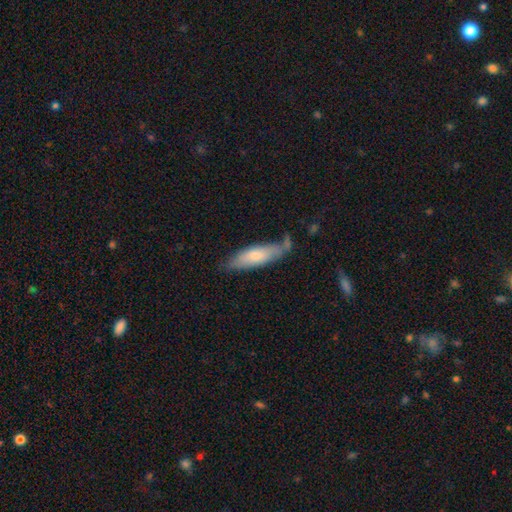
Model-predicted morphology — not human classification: smooth 70%, featured or disk 25%, star or artifact 5%. Down the decision tree: how rounded — cigar-shaped (50%); merging — none (58%).